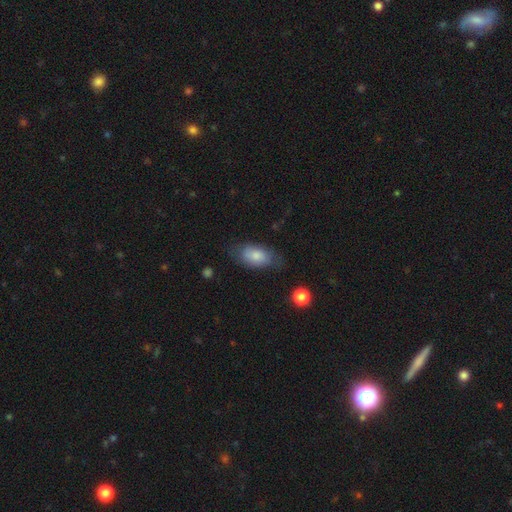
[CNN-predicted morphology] type=smooth (79%); roundness=in between (92%); merging=none (66%).